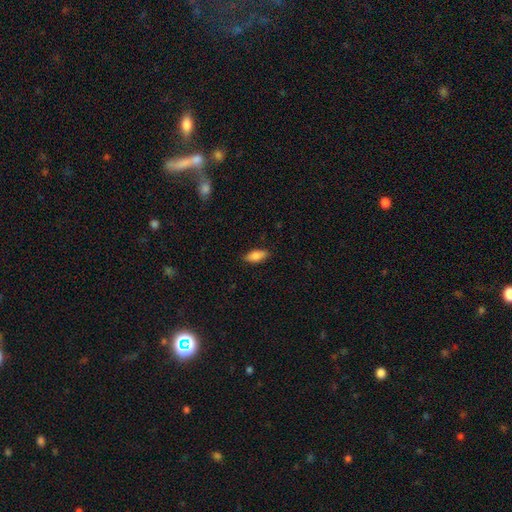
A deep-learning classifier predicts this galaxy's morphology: Smooth or featured?
  - smooth: 84% *
  - featured or disk: 10%
  - star or artifact: 7%
How rounded?
  - in between: 84% *
  - cigar-shaped: 13%
  - round: 2%
Merging?
  - none: 86% *
  - minor disturbance: 11%
  - major disturbance: 2%
  - merger: 1%